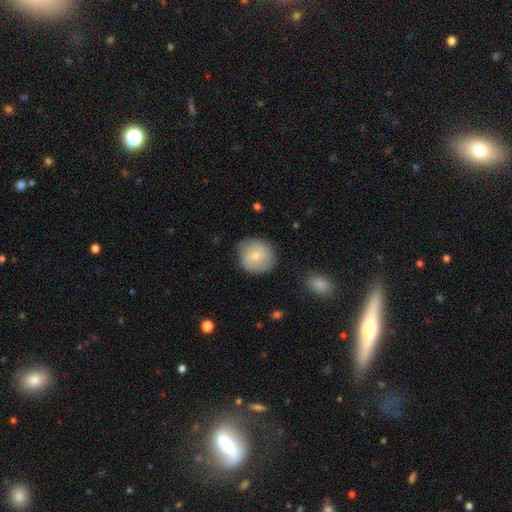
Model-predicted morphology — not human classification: Smooth or featured? smooth (57%)
How rounded? round (86%)
Merging? none (79%)